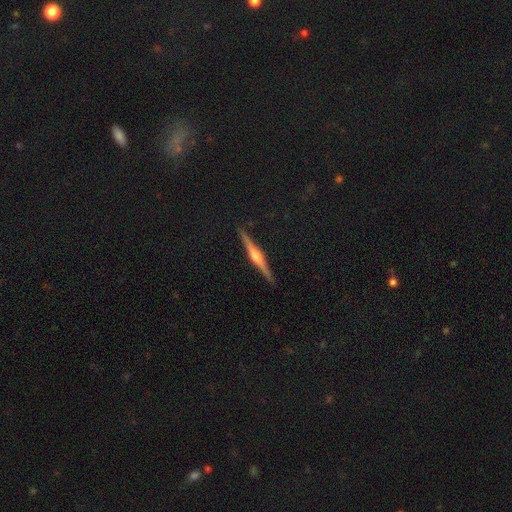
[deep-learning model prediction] This appears to be a featured or disk galaxy (79%) viewed edge-on (98%) with a rounded central bulge (83%). Merging: none (92%).